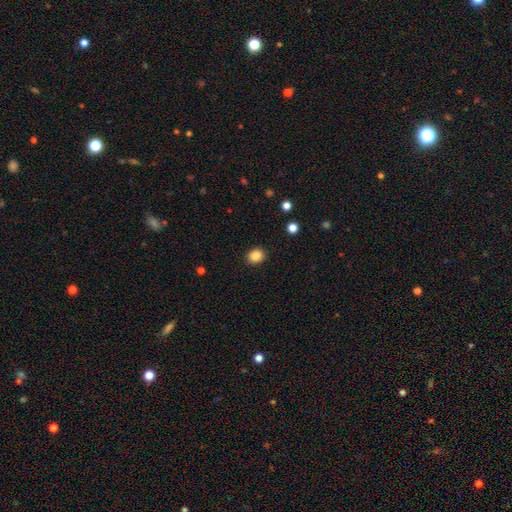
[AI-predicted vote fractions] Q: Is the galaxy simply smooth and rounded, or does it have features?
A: smooth — 86%.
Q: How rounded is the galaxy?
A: round — 65%.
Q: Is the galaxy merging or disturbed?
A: none — 90%.